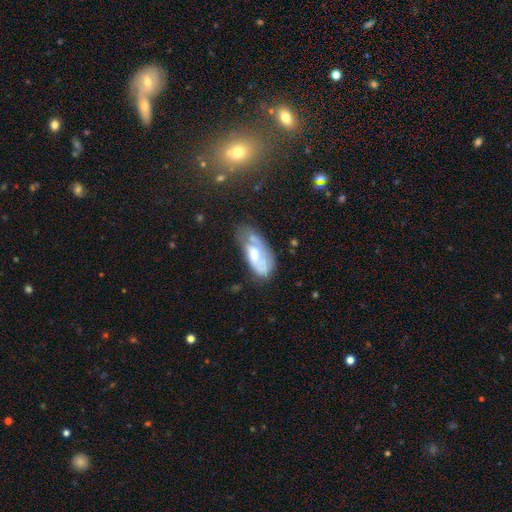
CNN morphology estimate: Q: Smooth or featured?
A: featured or disk (53%); runner-up: smooth (39%)
Q: Edge-on disk?
A: no (92%); runner-up: yes (8%)
Q: Merging?
A: none (38%); runner-up: minor disturbance (31%)